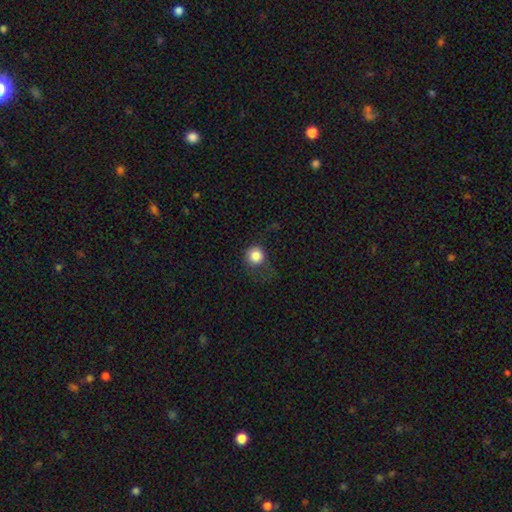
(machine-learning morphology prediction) Smooth or featured? smooth (83%)
How rounded? round (90%)
Merging? none (59%)